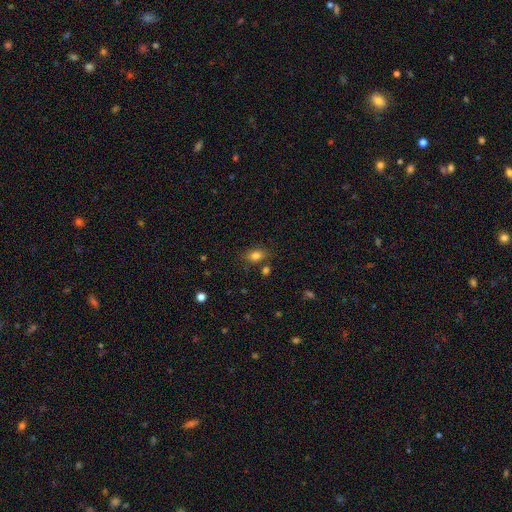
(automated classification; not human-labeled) This is clearly a smooth galaxy (81%). How rounded: likely in between (75%). Merging: likely none (74%).